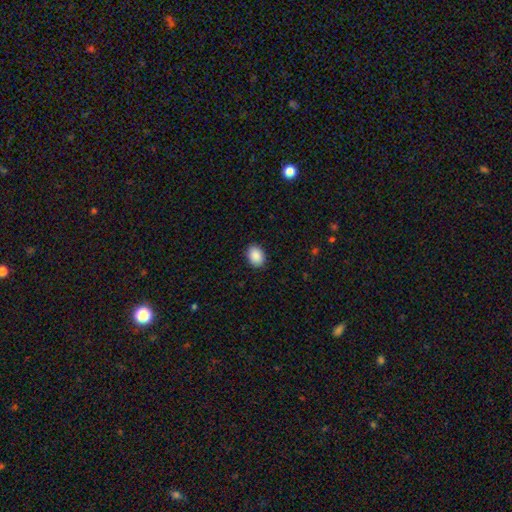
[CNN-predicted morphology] smooth_or_featured: smooth (p=0.90) [alt: star or artifact p=0.07]
how_rounded: in between (p=0.72) [alt: round p=0.27]
merging: none (p=0.89) [alt: minor disturbance p=0.08]